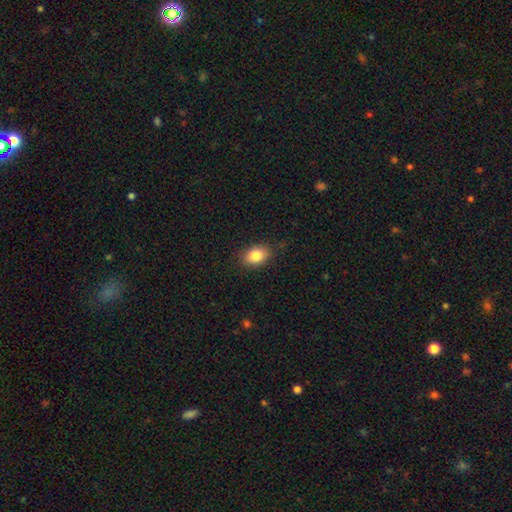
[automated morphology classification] A smooth galaxy with no disk features (85%) that is in between round and cigar-shaped (81%). Merging: none (85%).